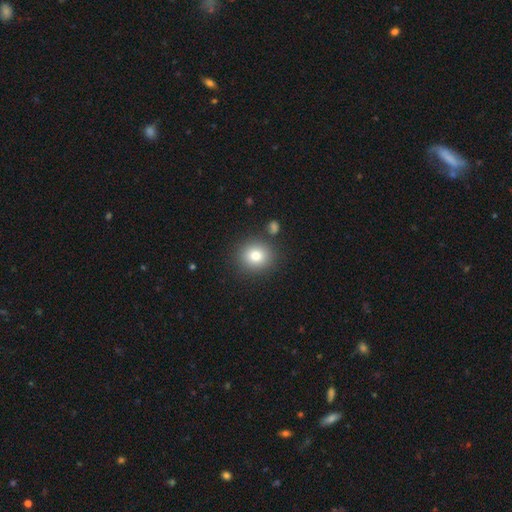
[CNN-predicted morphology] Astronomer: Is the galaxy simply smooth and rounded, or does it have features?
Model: smooth — 80%.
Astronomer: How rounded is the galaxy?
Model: round — 84%.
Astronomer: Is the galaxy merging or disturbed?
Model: none — 85%.